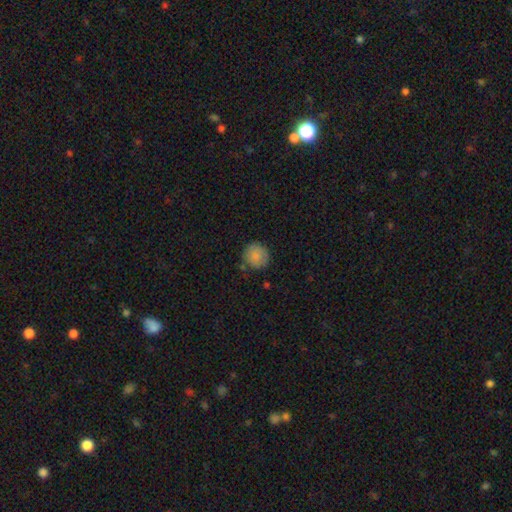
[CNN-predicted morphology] A smooth galaxy with no disk features (85%) that is round (92%).

Vote fractions:
- Smooth or featured? smooth: 85% / star or artifact: 8% / featured or disk: 7%
- How rounded? round: 92% / in between: 7% / cigar-shaped: 1%
- Merging? none: 78% / minor disturbance: 14% / merger: 4% / major disturbance: 3%